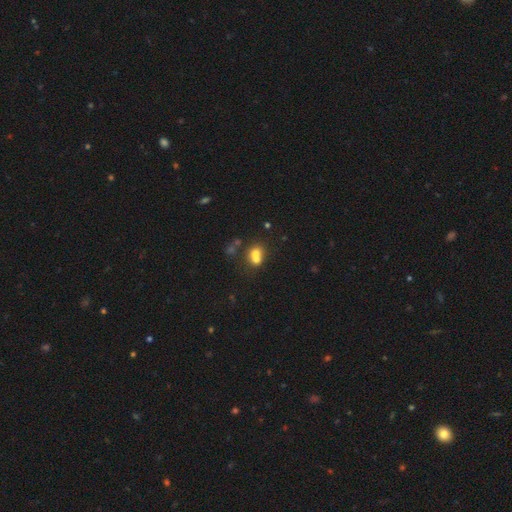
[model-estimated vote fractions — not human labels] This appears to be a smooth galaxy with no disk features (63%) that is round (68%). Merging: merger (61%).